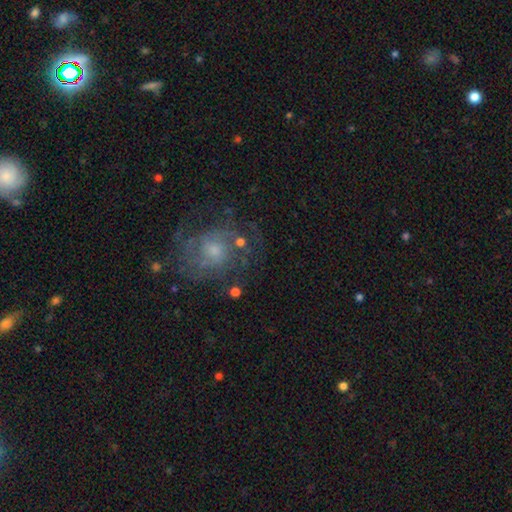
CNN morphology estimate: A featured or disk galaxy (59%) with no bar (69%), spiral arms (83%) and a small central bulge (43%, tied with moderate). Merging: none (70%).